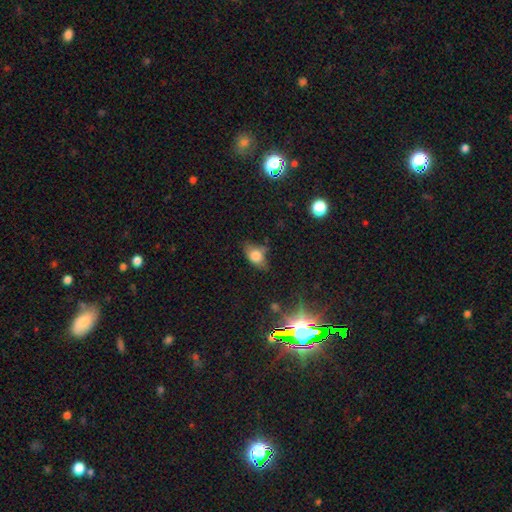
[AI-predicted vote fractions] Q: Smooth or featured?
A: smooth (73%); runner-up: featured or disk (15%)
Q: How rounded?
A: in between (80%); runner-up: round (16%)
Q: Merging?
A: none (53%); runner-up: minor disturbance (32%)